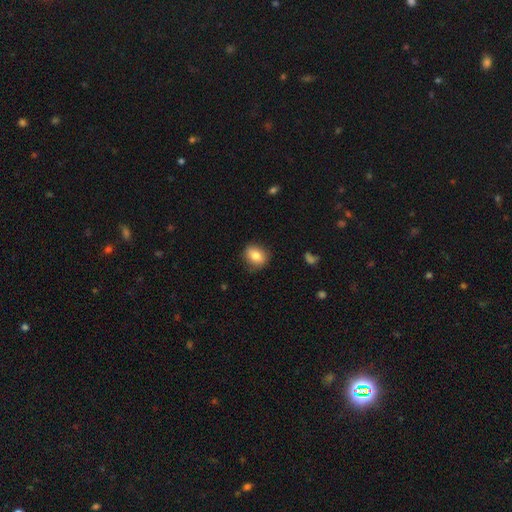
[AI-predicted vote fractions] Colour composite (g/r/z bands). It shows a smooth galaxy with no disk features (81%) that is round (54%). Merging: none (79%).